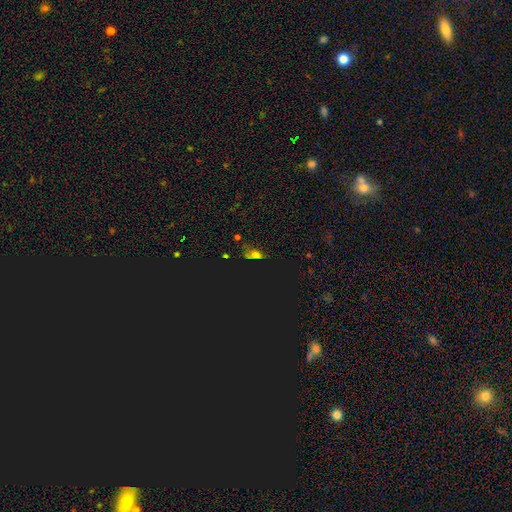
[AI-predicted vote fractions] This appears to be a star or artifact, not a galaxy (56%).